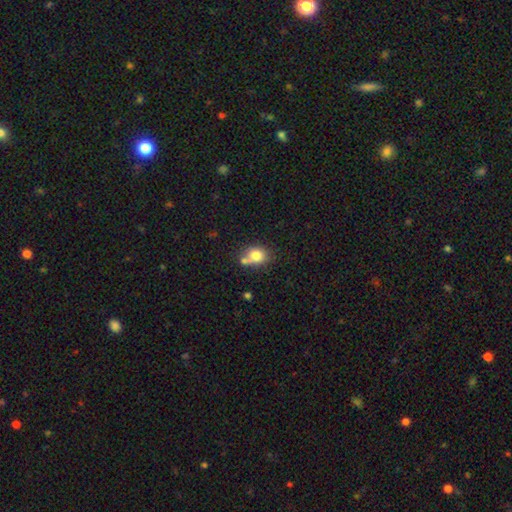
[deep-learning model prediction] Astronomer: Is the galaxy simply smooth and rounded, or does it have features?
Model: smooth — 77%.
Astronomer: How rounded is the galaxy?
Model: round — 55% (runner-up: in between, 44%).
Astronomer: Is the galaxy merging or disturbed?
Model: none — 49% (runner-up: merger, 31%).